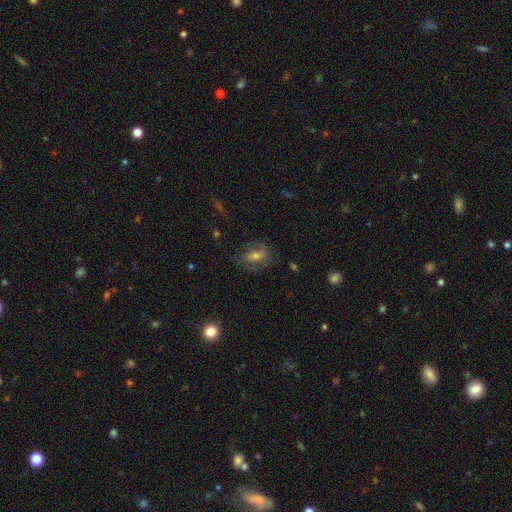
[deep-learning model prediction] This appears to be a featured or disk galaxy (50%). Merging: none (67%).